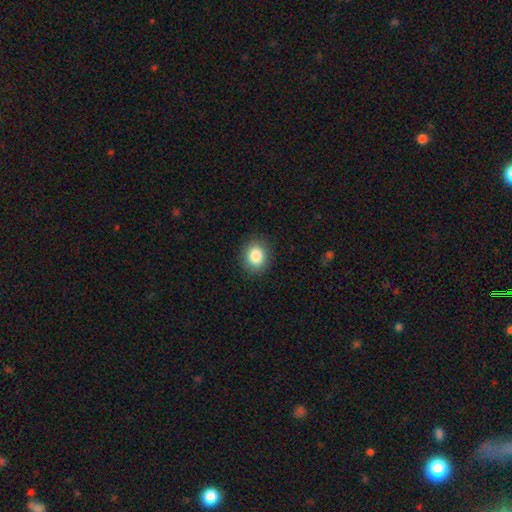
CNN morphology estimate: This appears to be a smooth galaxy with no disk features (85%) that is round (65%). Merging: none (89%).